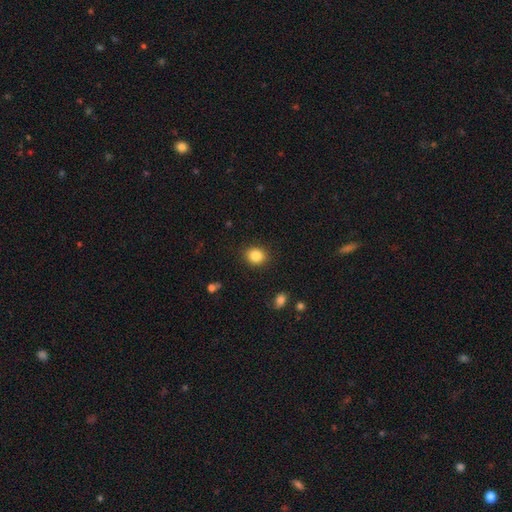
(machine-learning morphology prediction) A smooth galaxy with no disk features (84%) that is round (74%).

Vote fractions:
- Smooth or featured? smooth: 84% / star or artifact: 10% / featured or disk: 6%
- How rounded? round: 74% / in between: 25% / cigar-shaped: 1%
- Merging? none: 90% / minor disturbance: 7% / major disturbance: 2% / merger: 1%